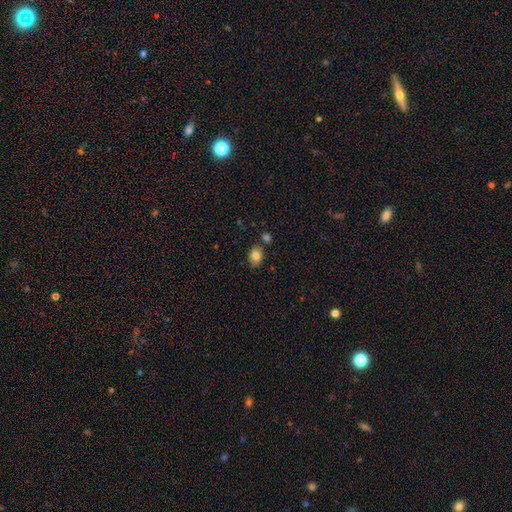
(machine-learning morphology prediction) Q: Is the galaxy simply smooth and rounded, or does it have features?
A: smooth — 83%.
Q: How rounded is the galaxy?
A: in between — 68%.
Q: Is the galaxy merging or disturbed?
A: none — 74%.